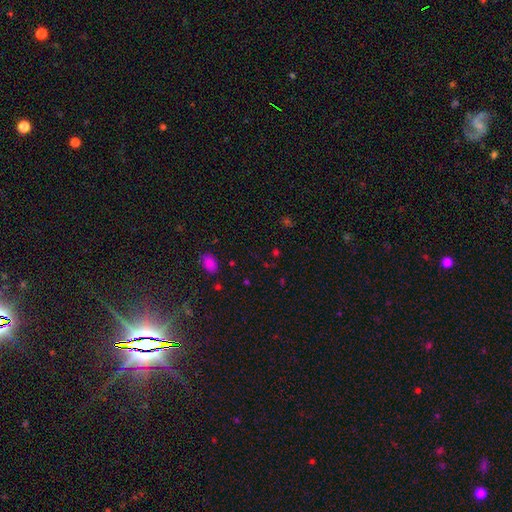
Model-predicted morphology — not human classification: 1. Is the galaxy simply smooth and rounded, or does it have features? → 49% smooth, 44% star or artifact, 7% featured or disk.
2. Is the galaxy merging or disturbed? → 79% none, 11% minor disturbance, 5% major disturbance, 5% merger.